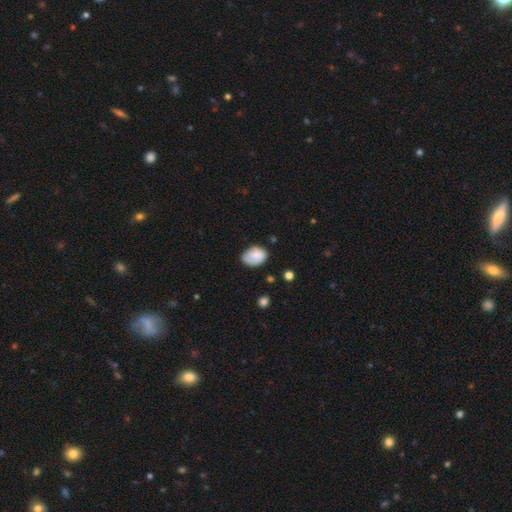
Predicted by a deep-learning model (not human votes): Smooth or featured? smooth (75%)
How rounded? in between (75%)
Merging? none (61%)